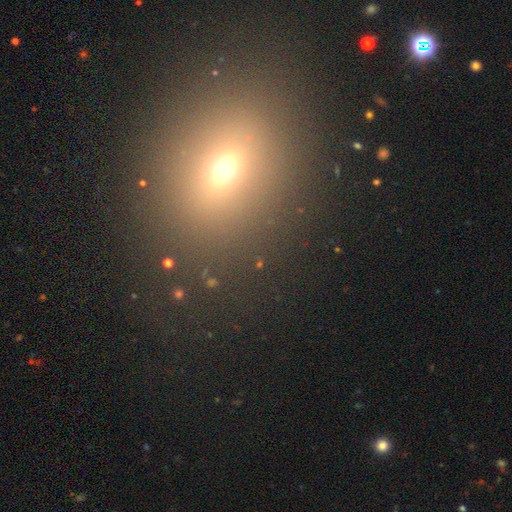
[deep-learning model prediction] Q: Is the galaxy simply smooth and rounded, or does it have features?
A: smooth — 59%.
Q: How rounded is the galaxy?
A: round — 55%.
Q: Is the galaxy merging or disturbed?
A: none — 86%.